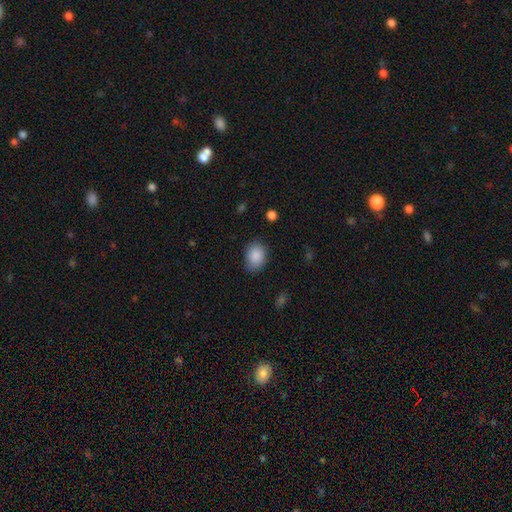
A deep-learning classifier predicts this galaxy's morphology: The model was most divided on "how rounded": in between: 66%, round: 33%, cigar-shaped: 1%. More confident: smooth or featured — smooth (89%); merging — none (79%).